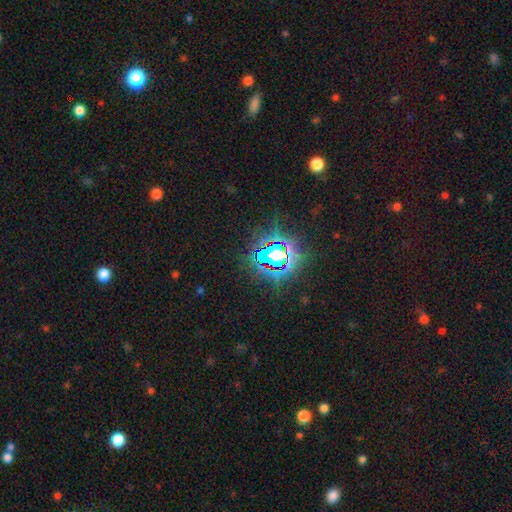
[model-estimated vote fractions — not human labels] Overall: star or artifact (82%).